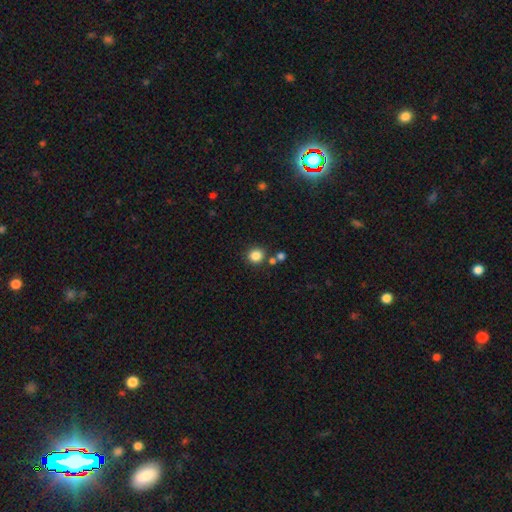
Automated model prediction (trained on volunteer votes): Smooth or featured? smooth (84%)
How rounded? round (89%)
Merging? none (80%)